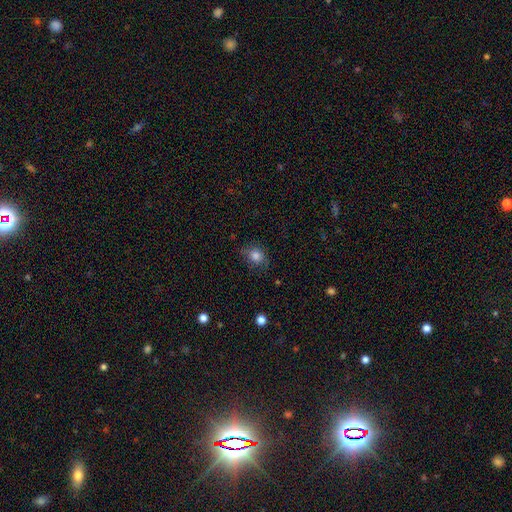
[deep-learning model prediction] This is clearly a smooth galaxy (82%). How rounded: possibly round (56%). Merging: likely none (74%).